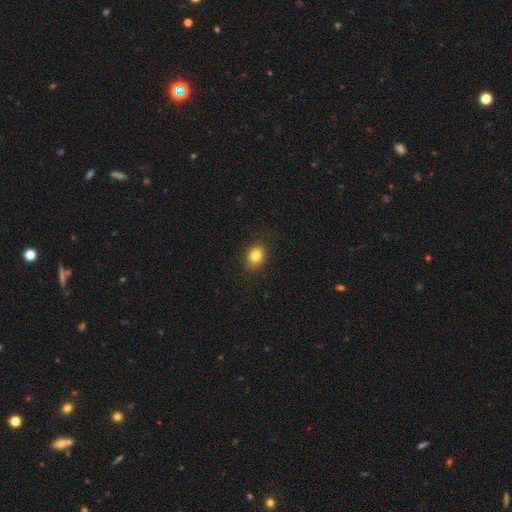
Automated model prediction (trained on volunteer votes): Smooth or featured? smooth (82%)
How rounded? in between (55%)
Merging? none (87%)